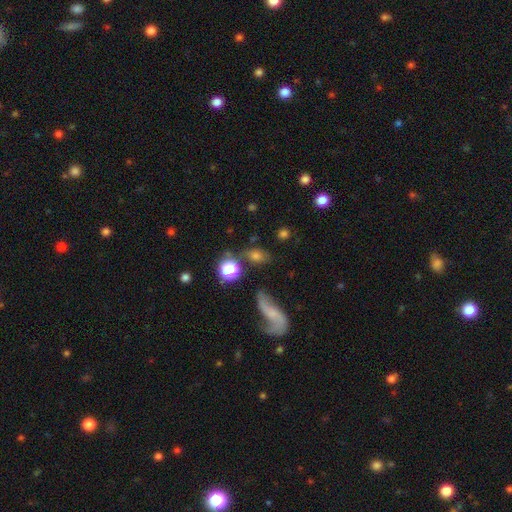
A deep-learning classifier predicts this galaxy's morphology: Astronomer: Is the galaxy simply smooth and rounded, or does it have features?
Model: smooth — 63%.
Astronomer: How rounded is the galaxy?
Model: in between — 57% (runner-up: round, 38%).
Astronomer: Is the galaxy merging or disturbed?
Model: none — 62%.